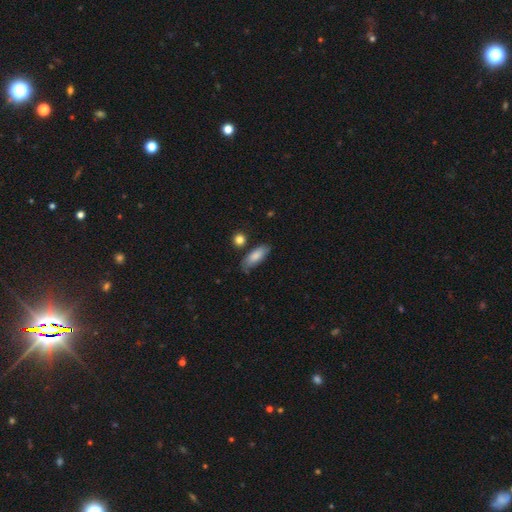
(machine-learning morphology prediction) smooth-or-featured: smooth: 79% | featured or disk: 15% | star or artifact: 6%
  how-rounded: in between: 73% | cigar-shaped: 25% | round: 2%
  merging: none: 71% | minor disturbance: 20% | merger: 5% | major disturbance: 4%